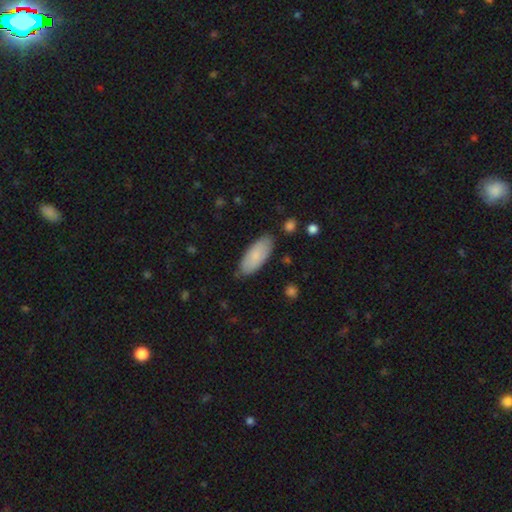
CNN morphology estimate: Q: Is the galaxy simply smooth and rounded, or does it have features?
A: smooth — 80%.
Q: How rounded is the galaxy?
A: in between — 84%.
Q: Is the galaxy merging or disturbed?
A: none — 80%.